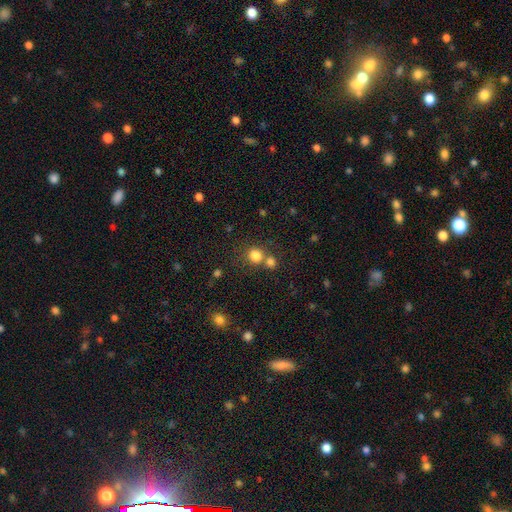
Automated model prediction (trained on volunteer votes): smooth-or-featured: smooth: 80% | star or artifact: 13% | featured or disk: 7%
  how-rounded: round: 80% | in between: 19% | cigar-shaped: 1%
  merging: none: 52% | merger: 35% | minor disturbance: 9% | major disturbance: 4%